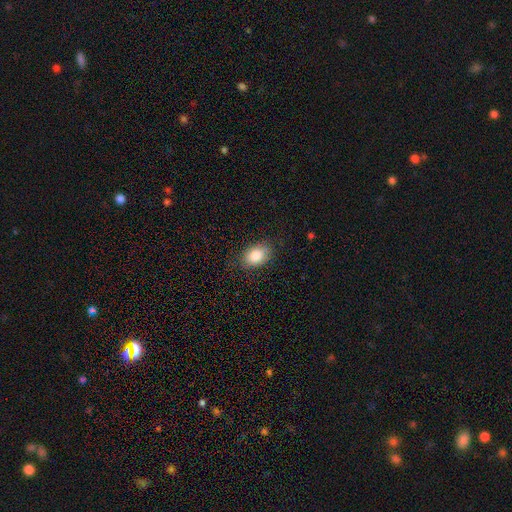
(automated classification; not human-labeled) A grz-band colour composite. It shows a smooth galaxy with no disk features (84%) that is in between round and cigar-shaped (82%). Merging: none (82%).